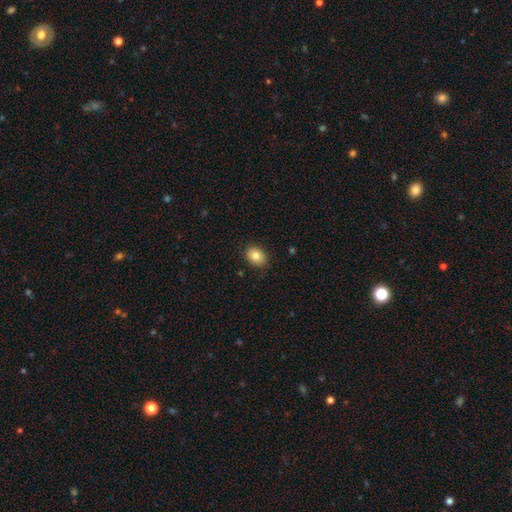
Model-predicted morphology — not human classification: smooth 84%, star or artifact 9%, featured or disk 7%. Down the decision tree: how rounded — in between (68%); merging — none (88%).